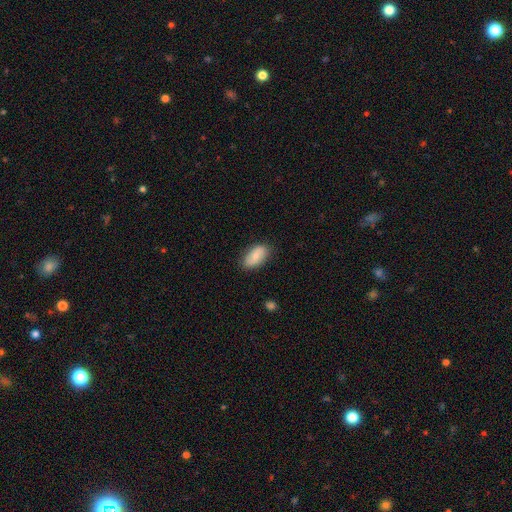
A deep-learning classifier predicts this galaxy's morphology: Smooth or featured? Predicted: smooth (p=0.75). How rounded? Predicted: in between (p=0.93). Merging? Predicted: none (p=0.83).